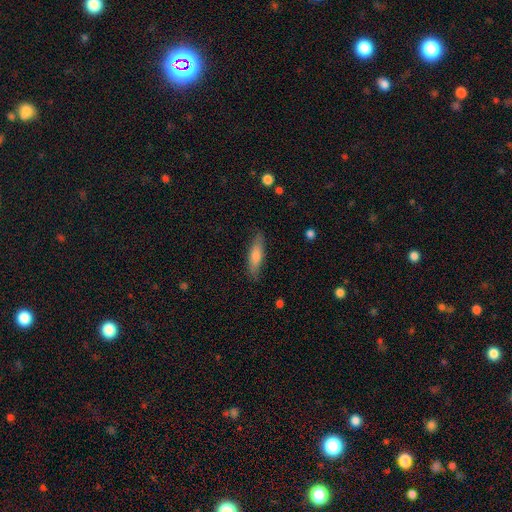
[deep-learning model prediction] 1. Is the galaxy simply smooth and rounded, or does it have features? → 55% smooth, 37% featured or disk, 8% star or artifact.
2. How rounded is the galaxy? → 73% cigar-shaped, 25% in between, 2% round.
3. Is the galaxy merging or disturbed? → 85% none, 11% minor disturbance, 2% major disturbance, 1% merger.